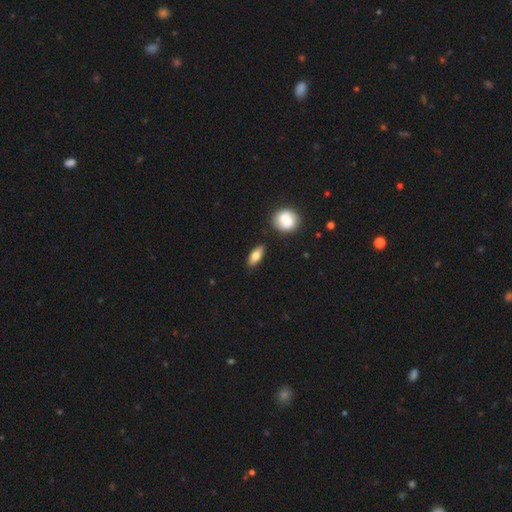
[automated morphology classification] Smooth or featured?
  - smooth: 73% *
  - featured or disk: 20%
  - star or artifact: 7%
How rounded?
  - in between: 78% *
  - cigar-shaped: 16%
  - round: 6%
Merging?
  - none: 86% *
  - minor disturbance: 10%
  - merger: 3%
  - major disturbance: 2%